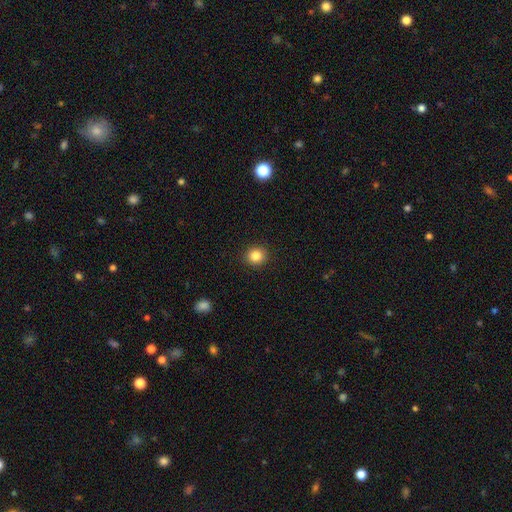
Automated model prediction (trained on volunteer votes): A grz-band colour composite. It shows a smooth galaxy with no disk features (84%) that is round (91%). Merging: none (92%).